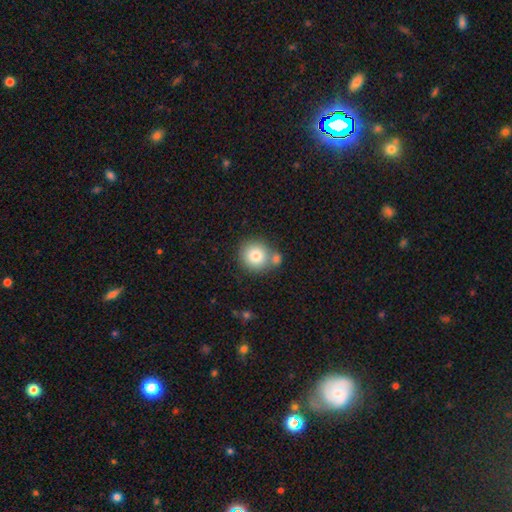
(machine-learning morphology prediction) Smooth or featured? Predicted: smooth (p=0.79). How rounded? Predicted: round (p=0.91). Merging? Predicted: none (p=0.62).